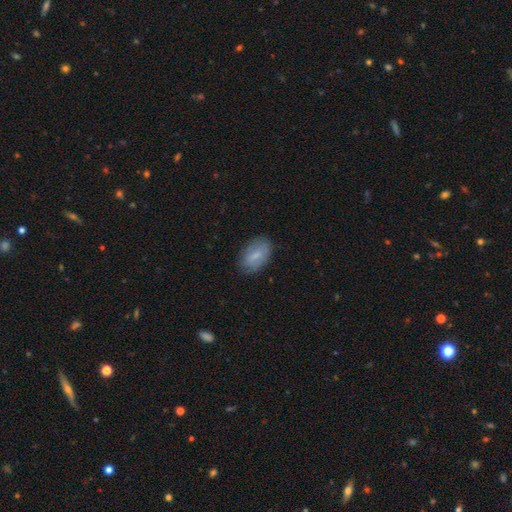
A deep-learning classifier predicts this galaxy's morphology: Smooth or featured? Predicted: smooth (p=0.70). How rounded? Predicted: in between (p=0.90). Merging? Predicted: none (p=0.79).